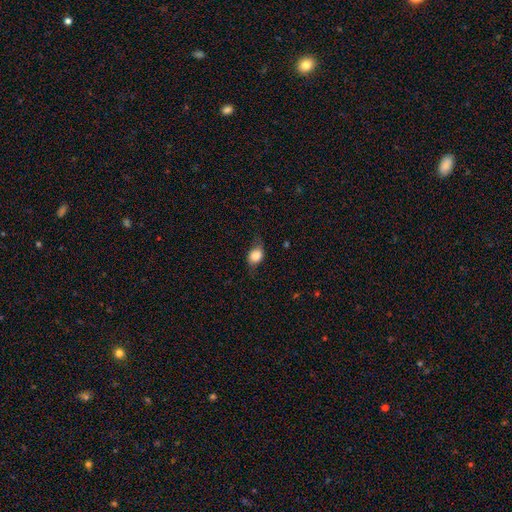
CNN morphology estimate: This is likely a smooth galaxy (74%). How rounded: likely in between (62%). Merging: likely none (65%).